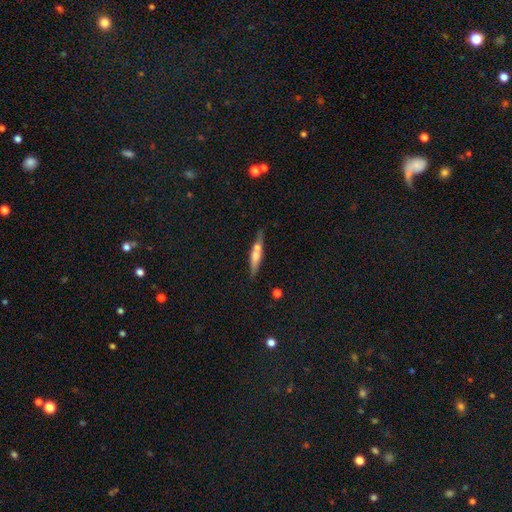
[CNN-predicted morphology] smooth-or-featured: featured or disk: 50% | smooth: 44% | star or artifact: 7%
  merging: none: 64% | merger: 18% | minor disturbance: 14% | major disturbance: 4%